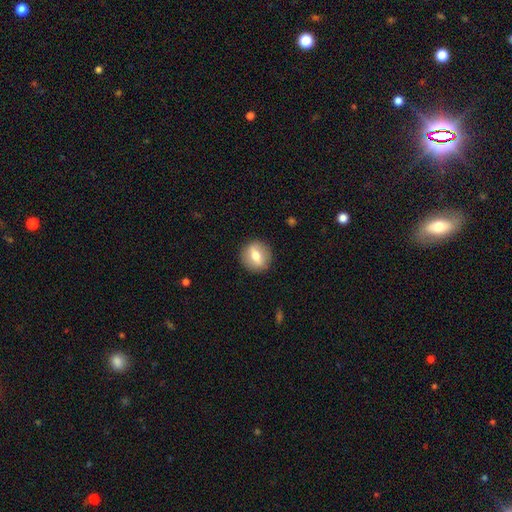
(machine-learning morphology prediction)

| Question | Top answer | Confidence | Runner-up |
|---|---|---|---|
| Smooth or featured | smooth | 54% | featured or disk (39%) |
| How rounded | round | 80% | in between (18%) |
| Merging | none | 89% | minor disturbance (8%) |